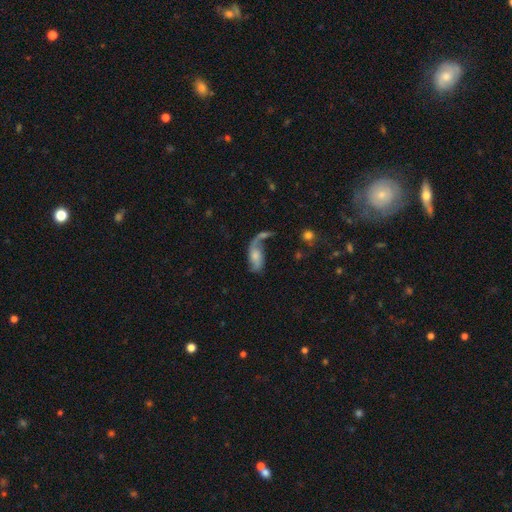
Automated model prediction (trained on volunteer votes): Smooth or featured?
  - featured or disk: 63% *
  - smooth: 30%
  - star or artifact: 8%
Edge-on disk?
  - no: 93% *
  - yes: 7%
Bar?
  - no: 63% *
  - weak: 29%
  - strong: 7%
Spiral arms?
  - yes: 84% *
  - no: 16%
Bulge size?
  - moderate: 39% *
  - small: 37%
  - none: 13%
  - large: 9%
  - dominant: 2%
Merging?
  - none: 33% *
  - major disturbance: 26%
  - merger: 23%
  - minor disturbance: 18%